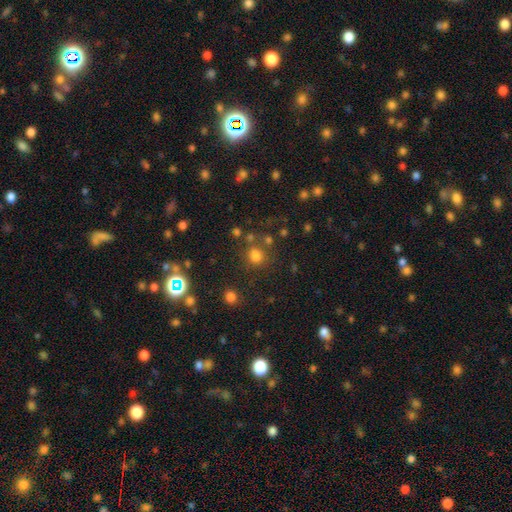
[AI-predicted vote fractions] Smooth or featured?
  - smooth: 74% *
  - star or artifact: 19%
  - featured or disk: 7%
How rounded?
  - round: 80% *
  - in between: 19%
  - cigar-shaped: 1%
Merging?
  - none: 69% *
  - merger: 12%
  - minor disturbance: 12%
  - major disturbance: 7%